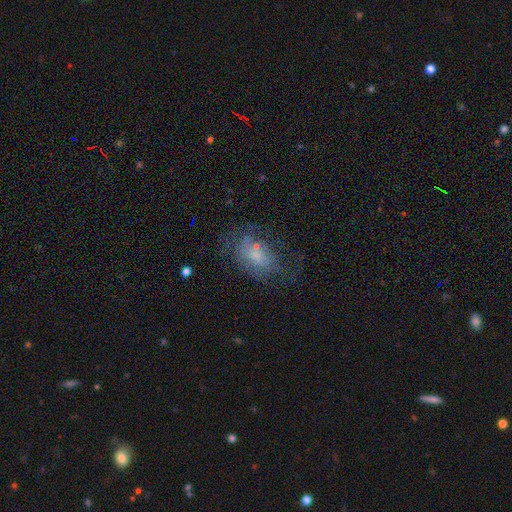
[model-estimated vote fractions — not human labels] smooth-or-featured: featured or disk: 46% | smooth: 40% | star or artifact: 15%
  merging: none: 49% | major disturbance: 25% | minor disturbance: 23% | merger: 4%